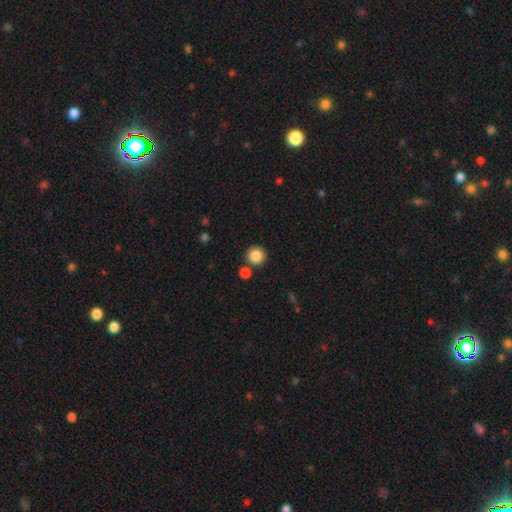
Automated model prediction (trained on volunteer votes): smooth_or_featured: smooth (p=0.86) [alt: star or artifact p=0.09]
how_rounded: round (p=0.95) [alt: in between p=0.05]
merging: none (p=0.83) [alt: merger p=0.09]